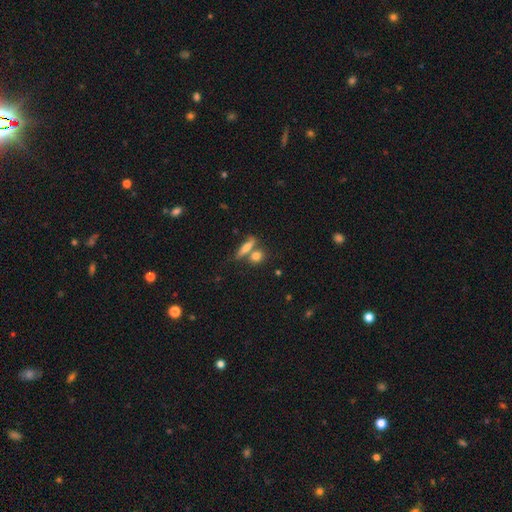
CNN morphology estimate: type=smooth (75%); roundness=round (40%); merging=none (56%).